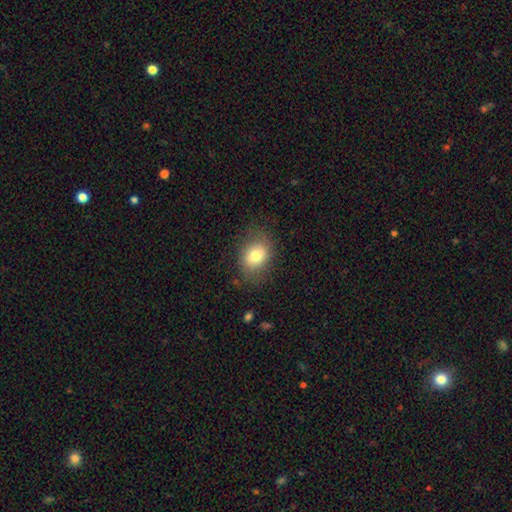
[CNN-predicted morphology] The model was most divided on "how rounded": in between: 57%, round: 42%, cigar-shaped: 1%. More confident: smooth or featured — smooth (77%); merging — none (77%).